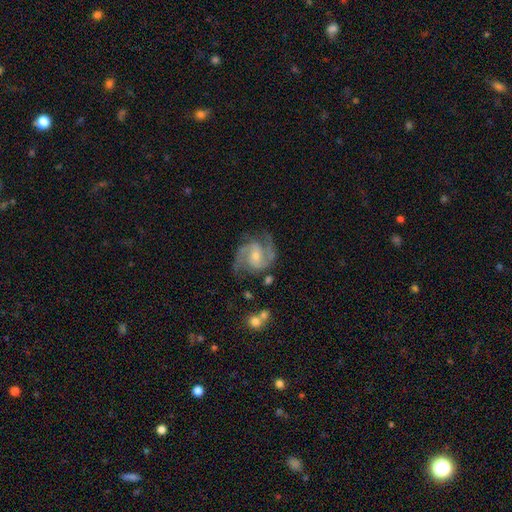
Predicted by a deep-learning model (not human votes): Q: Smooth or featured?
A: featured or disk (91%); runner-up: star or artifact (5%)
Q: Edge-on disk?
A: no (98%); runner-up: yes (2%)
Q: Bar?
A: weak (44%); runner-up: no (40%)
Q: Spiral arms?
A: yes (98%); runner-up: no (2%)
Q: Spiral winding?
A: medium (61%); runner-up: tight (25%)
Q: Spiral arm count?
A: 2 (89%); runner-up: 3 (4%)
Q: Bulge size?
A: small (57%); runner-up: moderate (38%)
Q: Merging?
A: none (78%); runner-up: minor disturbance (14%)